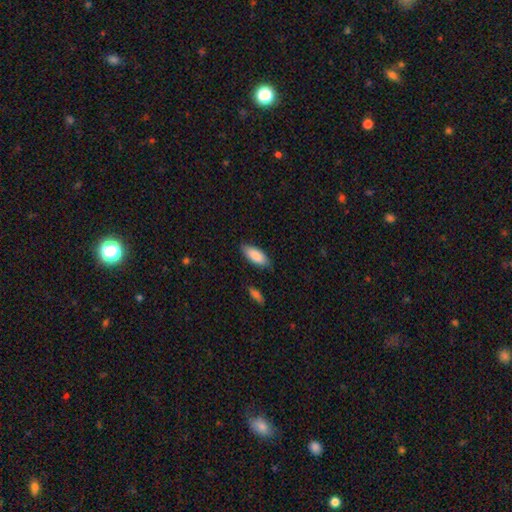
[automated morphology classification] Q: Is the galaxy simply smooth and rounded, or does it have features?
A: smooth — 88%.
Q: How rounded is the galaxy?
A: in between — 83%.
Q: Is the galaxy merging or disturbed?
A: none — 81%.